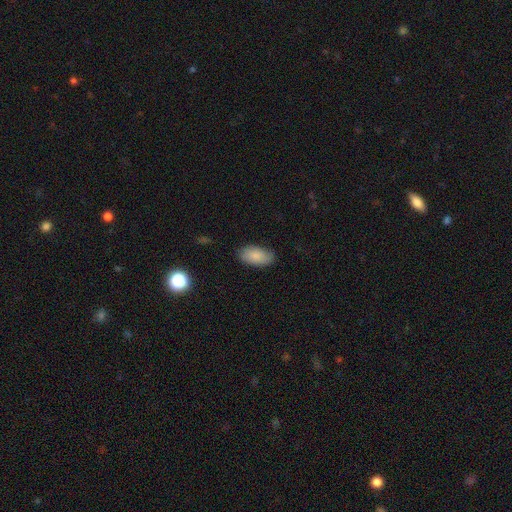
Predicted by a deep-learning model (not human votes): This appears to be a smooth galaxy with no disk features (85%) that is in between round and cigar-shaped (94%). Merging: none (81%).